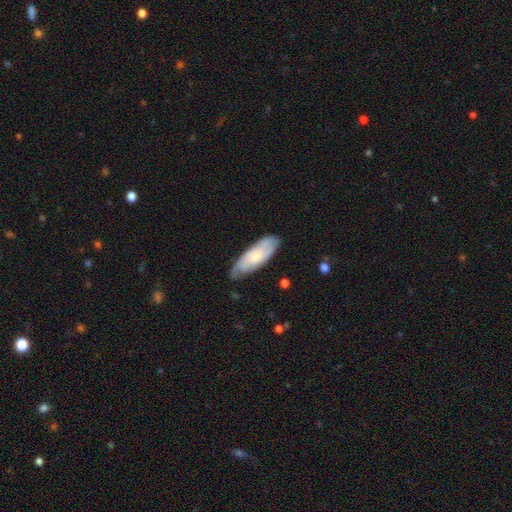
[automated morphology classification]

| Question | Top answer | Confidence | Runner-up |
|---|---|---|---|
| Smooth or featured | smooth | 47% | tied: featured or disk (47%) |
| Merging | none | 69% | minor disturbance (25%) |